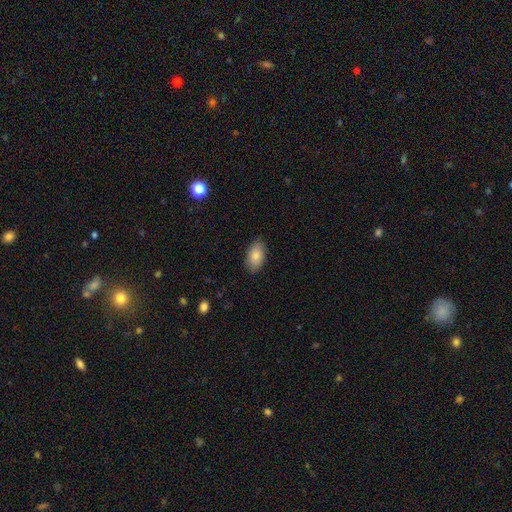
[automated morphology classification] This appears to be a smooth galaxy with no disk features (85%) that is in between round and cigar-shaped (94%). Merging: none (86%).